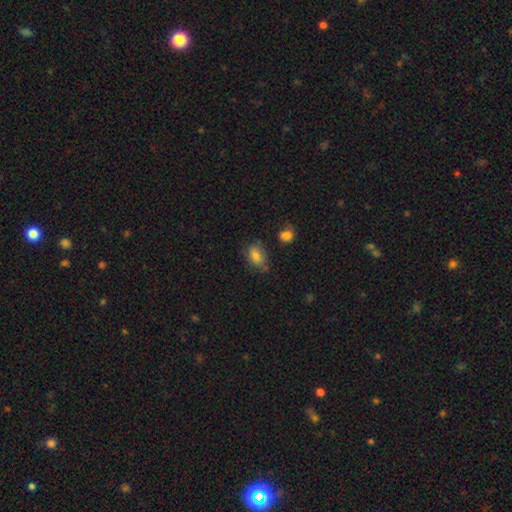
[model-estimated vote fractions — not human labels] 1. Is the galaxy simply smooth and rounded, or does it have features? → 77% smooth, 13% featured or disk, 10% star or artifact.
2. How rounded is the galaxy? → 80% in between, 18% round, 2% cigar-shaped.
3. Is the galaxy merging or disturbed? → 60% none, 26% minor disturbance, 8% major disturbance, 6% merger.